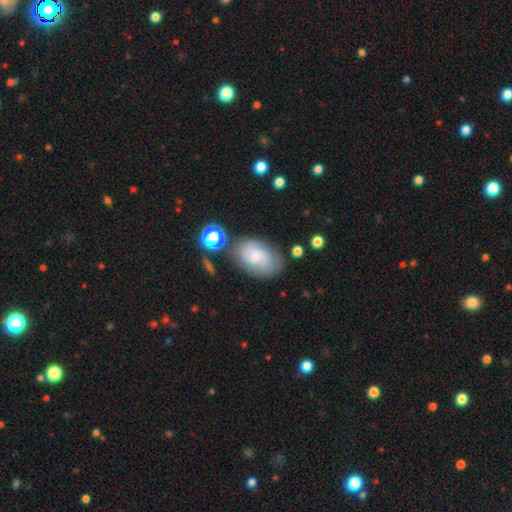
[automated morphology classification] Smooth or featured: smooth — 60% (featured or disk — 30%)
How rounded: in between — 87% (round — 11%)
Merging: none — 60% (minor disturbance — 23%)